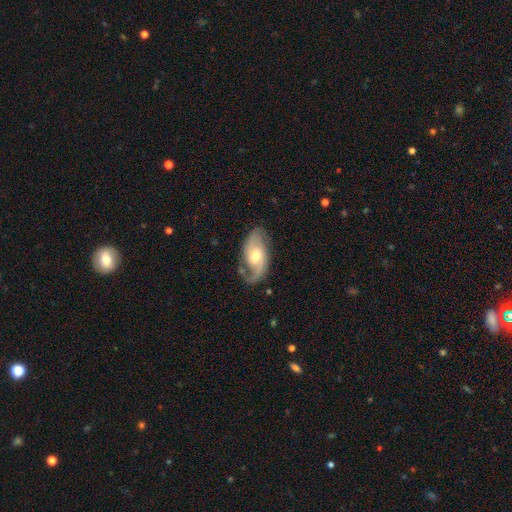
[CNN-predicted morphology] smooth_or_featured: featured or disk (p=0.82) [alt: smooth p=0.13]
disk_edge_on: no (p=0.95) [alt: yes p=0.05]
bar: no (p=0.61) [alt: weak p=0.32]
has_spiral_arms: yes (p=0.94) [alt: no p=0.06]
spiral_winding: medium (p=0.44) [alt: loose p=0.35]
spiral_arm_count: 2 (p=0.80) [alt: 1 p=0.09]
bulge_size: moderate (p=0.60) [alt: small p=0.34]
merging: none (p=0.72) [alt: minor disturbance p=0.18]